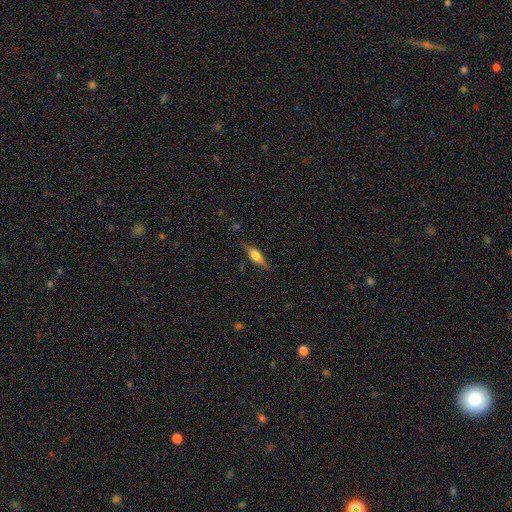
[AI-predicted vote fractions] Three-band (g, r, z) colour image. It shows a featured or disk galaxy (52%) viewed edge-on (92%). Merging: none (80%).